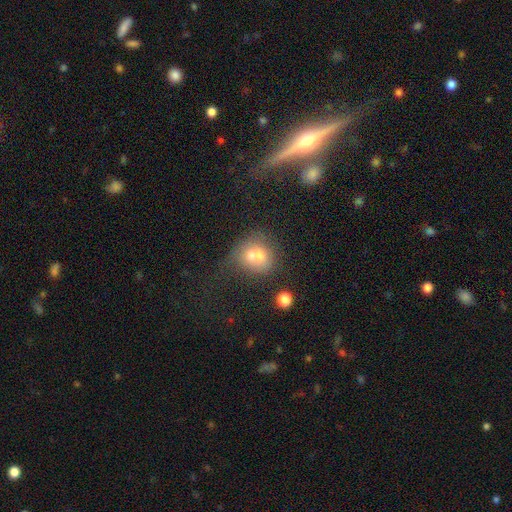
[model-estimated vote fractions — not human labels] This appears to be a smooth galaxy with no disk features (64%) that is round (75%). Merging: merger (60%).